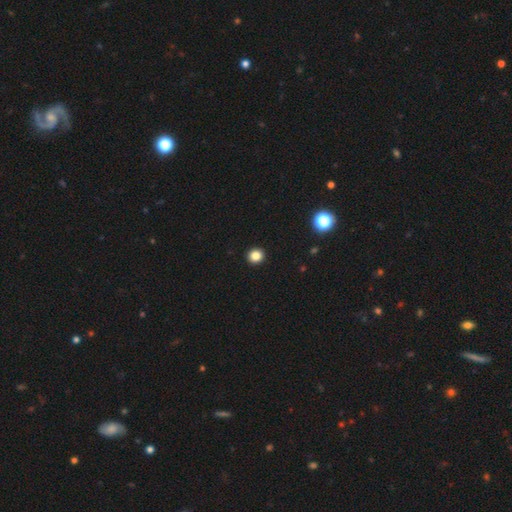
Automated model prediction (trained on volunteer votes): Smooth or featured? smooth (84%)
How rounded? round (91%)
Merging? none (94%)